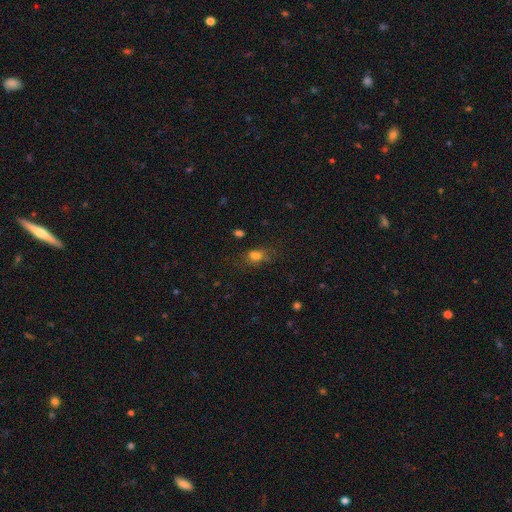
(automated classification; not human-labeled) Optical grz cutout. It shows a smooth galaxy with no disk features (70%) that is in between round and cigar-shaped (71%). Merging: none (55%).